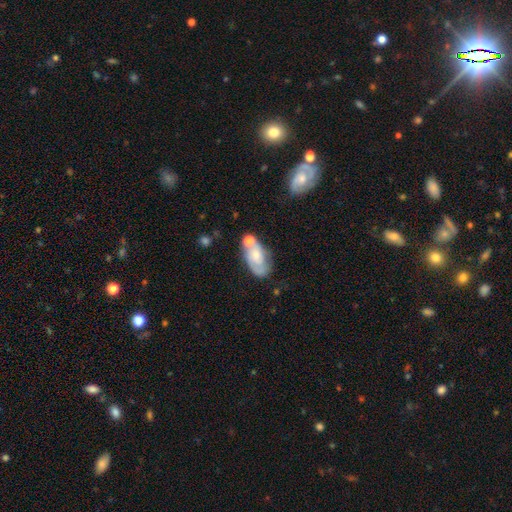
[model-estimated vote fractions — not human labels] Morphology: type=smooth (51%); roundness=in between (90%); merging=none (42%).